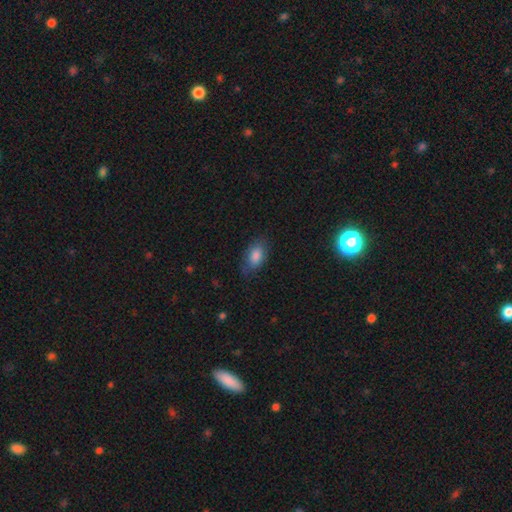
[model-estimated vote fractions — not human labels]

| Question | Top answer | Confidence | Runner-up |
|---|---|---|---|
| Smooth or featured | smooth | 84% | featured or disk (9%) |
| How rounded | in between | 91% | round (5%) |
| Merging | none | 74% | minor disturbance (19%) |